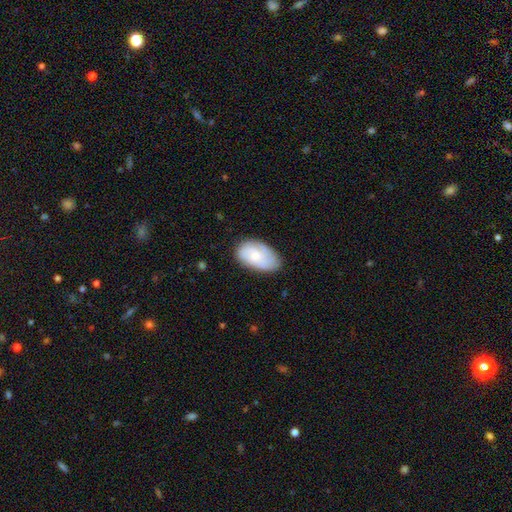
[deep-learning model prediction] smooth 60%, featured or disk 33%, star or artifact 7%. Down the decision tree: how rounded — in between (93%); merging — none (66%).